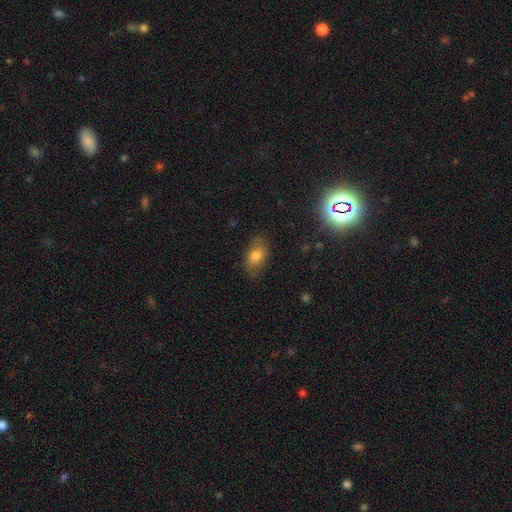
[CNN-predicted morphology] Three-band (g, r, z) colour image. It shows a smooth galaxy with no disk features (78%) that is in between round and cigar-shaped (89%). Merging: none (77%).